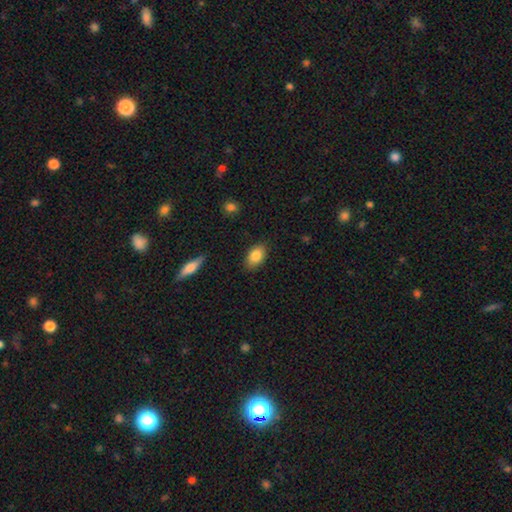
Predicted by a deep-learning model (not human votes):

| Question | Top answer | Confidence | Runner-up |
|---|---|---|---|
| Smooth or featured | smooth | 84% | featured or disk (8%) |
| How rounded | in between | 89% | round (10%) |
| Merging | none | 85% | minor disturbance (12%) |